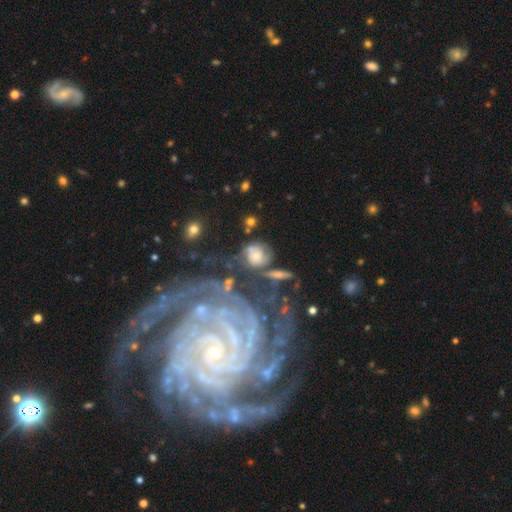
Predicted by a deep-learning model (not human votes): smooth_or_featured: featured or disk (p=0.51) [alt: smooth p=0.38]
disk_edge_on: no (p=0.94) [alt: yes p=0.06]
merging: none (p=0.48) [alt: minor disturbance p=0.19]